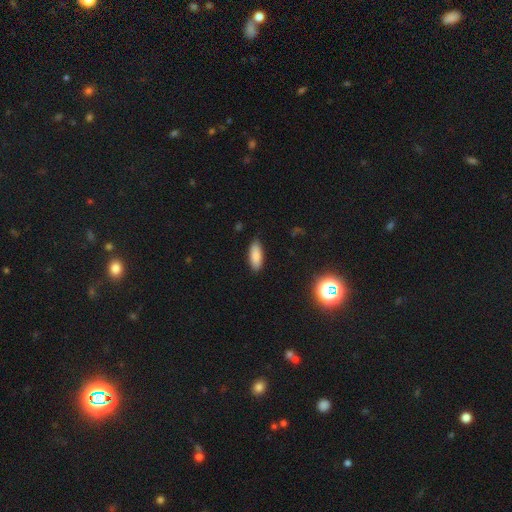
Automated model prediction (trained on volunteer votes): Smooth or featured? smooth (85%)
How rounded? in between (76%)
Merging? none (86%)